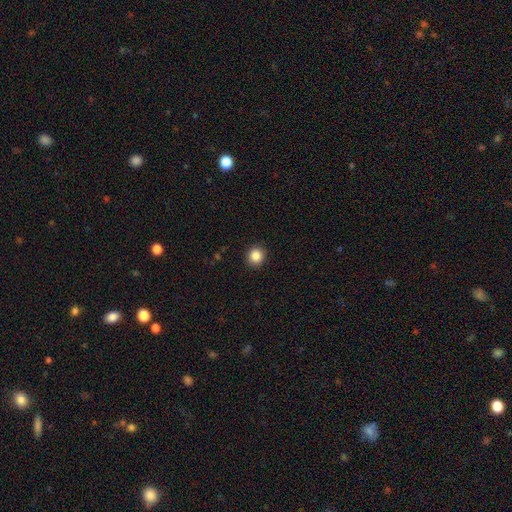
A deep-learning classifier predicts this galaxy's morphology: smooth_or_featured: smooth (p=0.86) [alt: star or artifact p=0.10]
how_rounded: round (p=0.90) [alt: in between p=0.09]
merging: none (p=0.92) [alt: minor disturbance p=0.05]